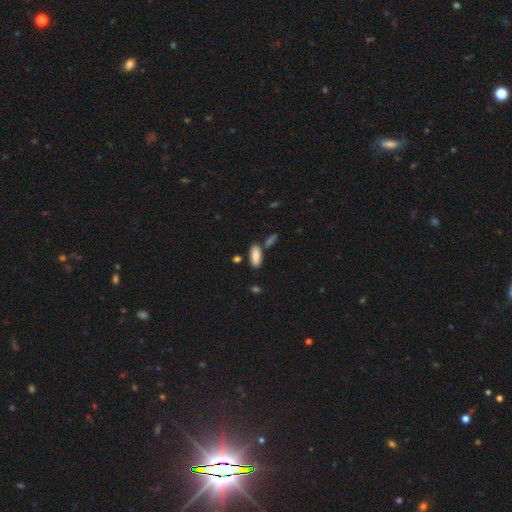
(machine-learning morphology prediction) Smooth or featured: smooth — 82% (featured or disk — 11%)
How rounded: in between — 83% (cigar-shaped — 15%)
Merging: none — 75% (minor disturbance — 13%)